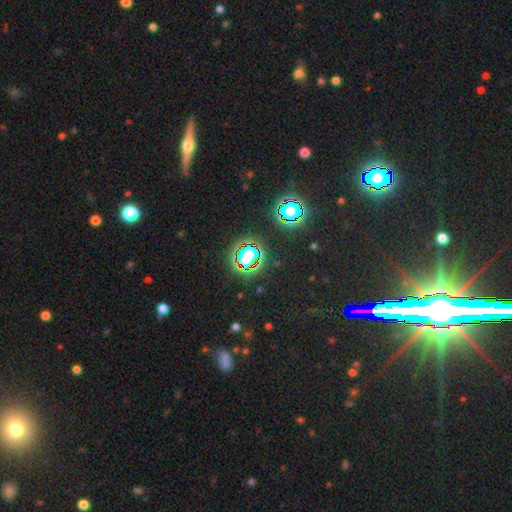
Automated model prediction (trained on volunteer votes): Morphology: type=star or artifact (74%).